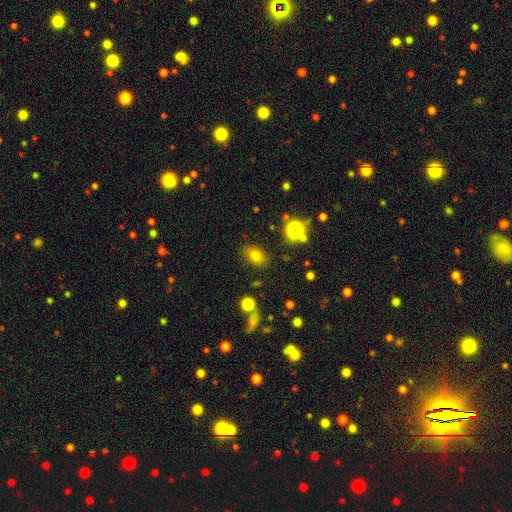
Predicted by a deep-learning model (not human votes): smooth-or-featured: smooth: 77% | star or artifact: 14% | featured or disk: 9%
  how-rounded: in between: 78% | round: 21% | cigar-shaped: 2%
  merging: none: 82% | minor disturbance: 11% | major disturbance: 4% | merger: 3%